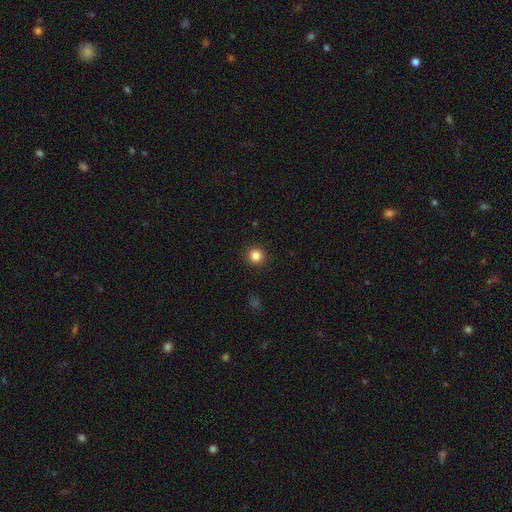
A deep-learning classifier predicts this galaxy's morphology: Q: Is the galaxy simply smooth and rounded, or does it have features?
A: smooth — 84%.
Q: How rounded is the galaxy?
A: round — 95%.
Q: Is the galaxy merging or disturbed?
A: none — 93%.